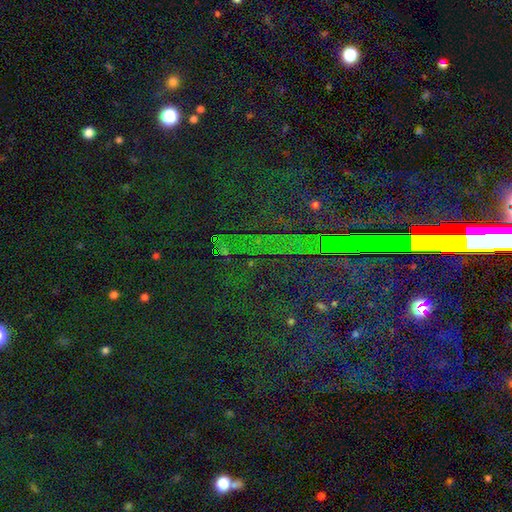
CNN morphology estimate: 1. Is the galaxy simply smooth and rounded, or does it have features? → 82% star or artifact, 10% smooth, 7% featured or disk.